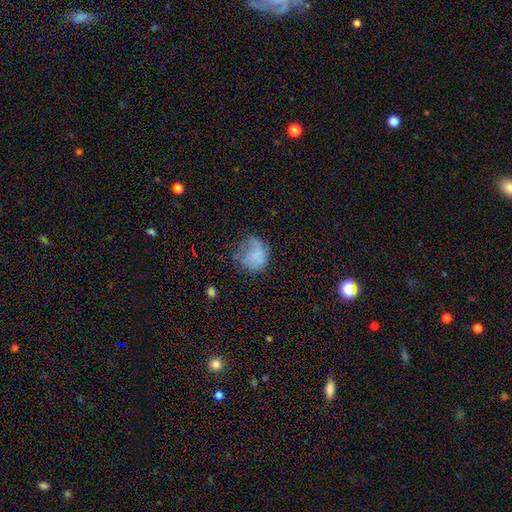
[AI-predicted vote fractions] Smooth or featured? smooth (66%)
How rounded? round (70%)
Merging? none (42%)